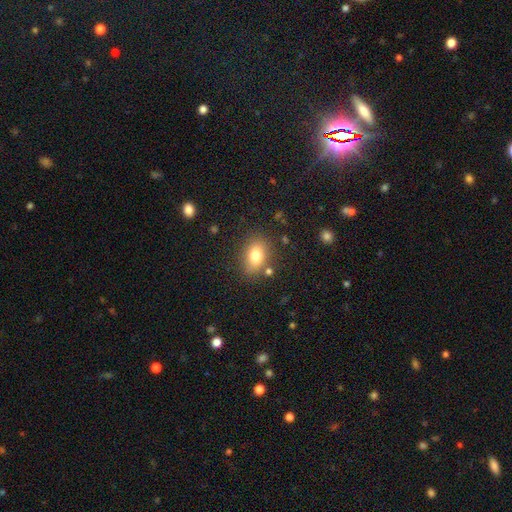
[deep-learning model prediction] Smooth or featured? Predicted: smooth (p=0.79). How rounded? Predicted: in between (p=0.74). Merging? Predicted: none (p=0.78).